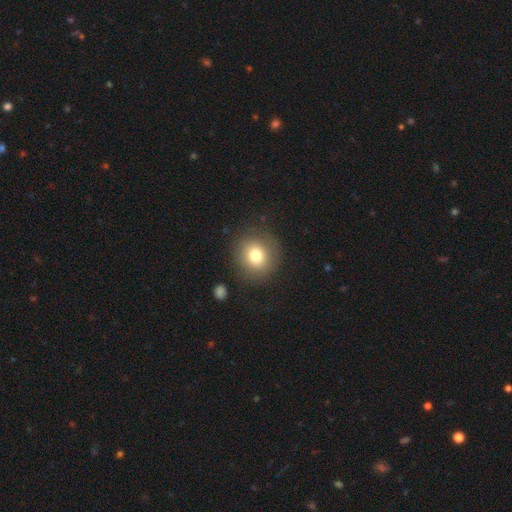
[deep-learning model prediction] smooth_or_featured: smooth (p=0.78) [alt: featured or disk p=0.11]
how_rounded: round (p=0.86) [alt: in between p=0.13]
merging: none (p=0.84) [alt: minor disturbance p=0.10]